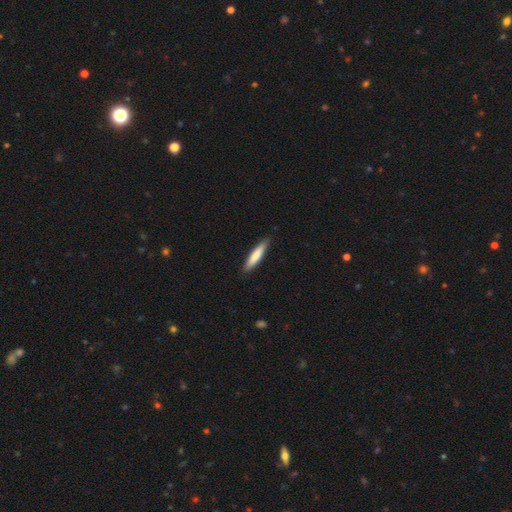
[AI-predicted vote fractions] Smooth or featured? Predicted: smooth (p=0.76). How rounded? Predicted: cigar-shaped (p=0.85). Merging? Predicted: none (p=0.89).